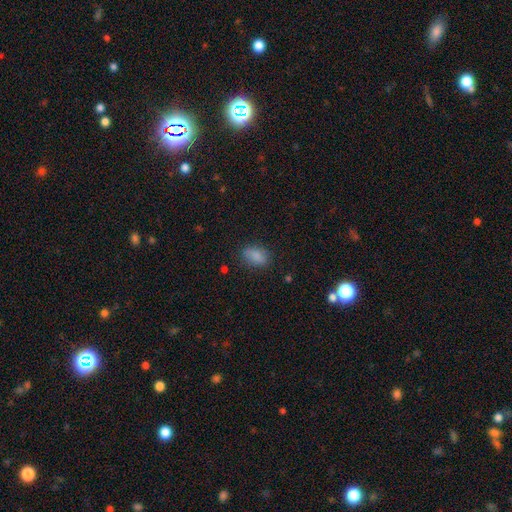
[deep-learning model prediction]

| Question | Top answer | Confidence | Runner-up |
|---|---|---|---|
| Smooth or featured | smooth | 83% | star or artifact (9%) |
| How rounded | in between | 85% | round (12%) |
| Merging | none | 75% | minor disturbance (18%) |